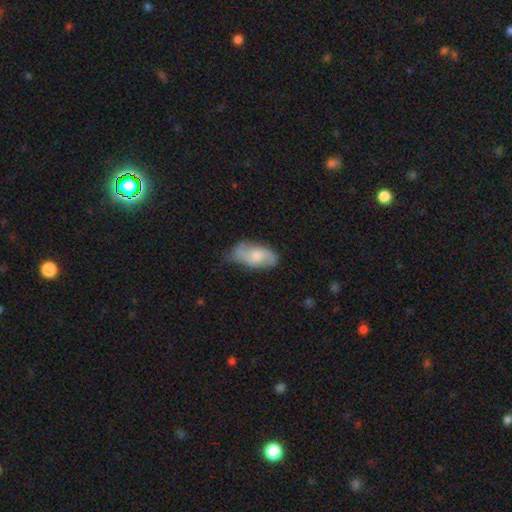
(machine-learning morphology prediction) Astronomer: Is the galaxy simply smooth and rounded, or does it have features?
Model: smooth — 51% (runner-up: featured or disk, 42%).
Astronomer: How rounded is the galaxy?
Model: in between — 90%.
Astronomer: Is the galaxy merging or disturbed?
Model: none — 52% (runner-up: minor disturbance, 35%).